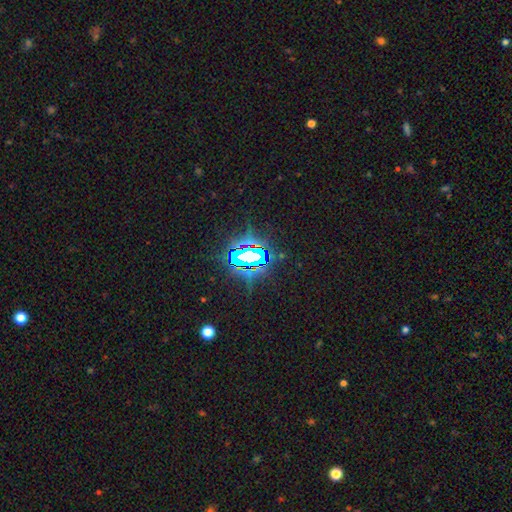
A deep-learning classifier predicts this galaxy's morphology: star or artifact 75%, smooth 13%, featured or disk 12%.